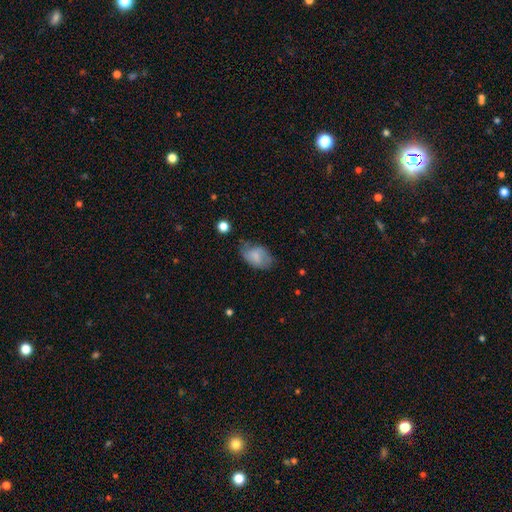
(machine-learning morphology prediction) smooth_or_featured: smooth (p=0.70) [alt: featured or disk p=0.22]
how_rounded: in between (p=0.87) [alt: round p=0.12]
merging: none (p=0.55) [alt: minor disturbance p=0.31]